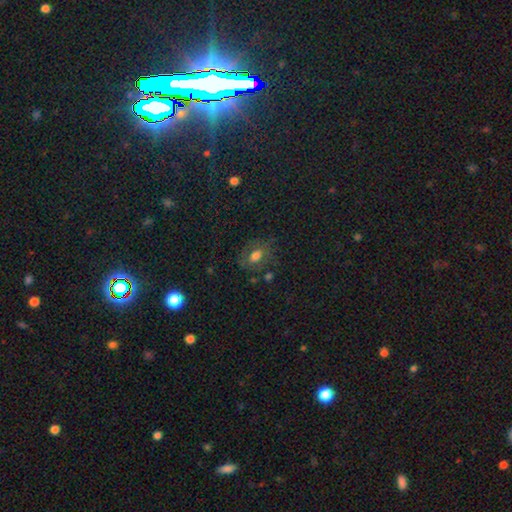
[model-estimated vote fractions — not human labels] smooth_or_featured: smooth (p=0.58) [alt: featured or disk p=0.24]
how_rounded: in between (p=0.70) [alt: round p=0.28]
merging: none (p=0.67) [alt: minor disturbance p=0.20]